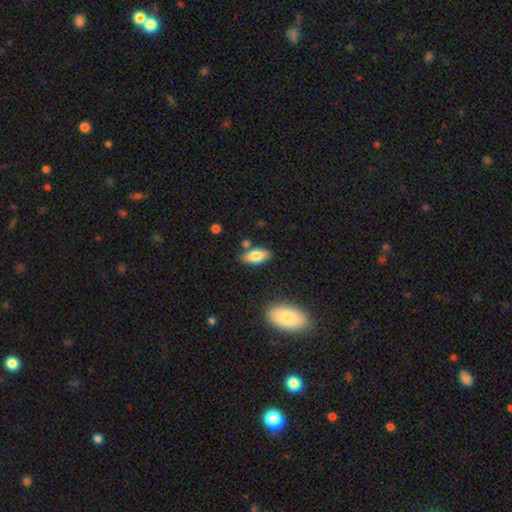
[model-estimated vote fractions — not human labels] Smooth or featured? Predicted: smooth (p=0.78). How rounded? Predicted: in between (p=0.86). Merging? Predicted: none (p=0.79).